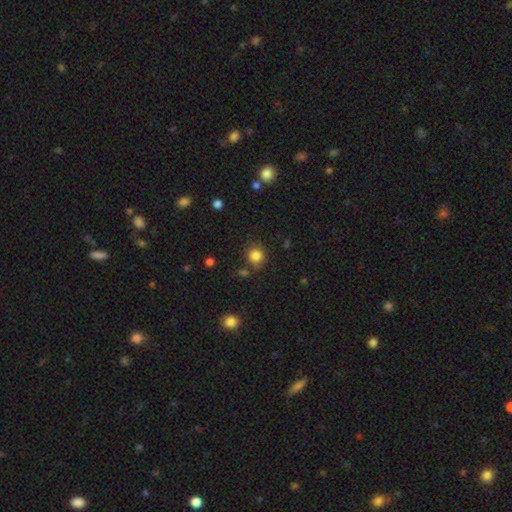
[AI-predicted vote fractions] This is clearly a smooth galaxy (83%). How rounded: clearly round (89%). Merging: likely none (80%).